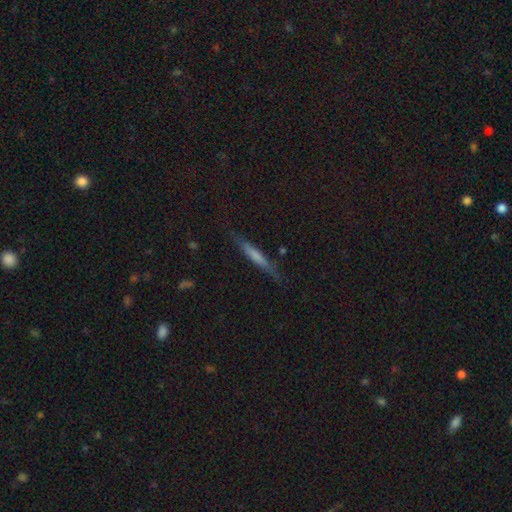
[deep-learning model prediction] Q: Smooth or featured?
A: smooth (54%); runner-up: featured or disk (39%)
Q: How rounded?
A: cigar-shaped (93%); runner-up: in between (5%)
Q: Merging?
A: none (81%); runner-up: minor disturbance (14%)